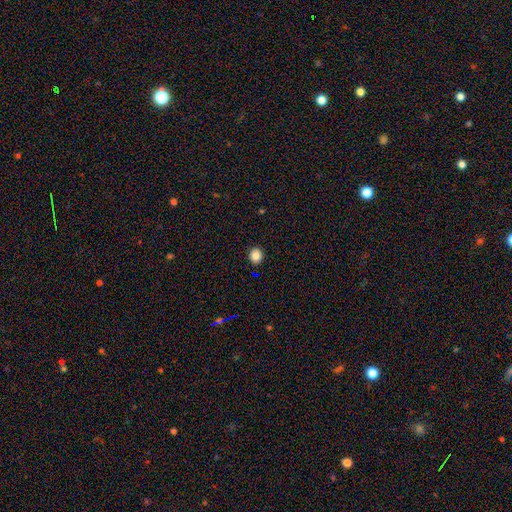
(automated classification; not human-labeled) Smooth or featured? Predicted: smooth (p=0.84). How rounded? Predicted: round (p=0.83). Merging? Predicted: none (p=0.92).